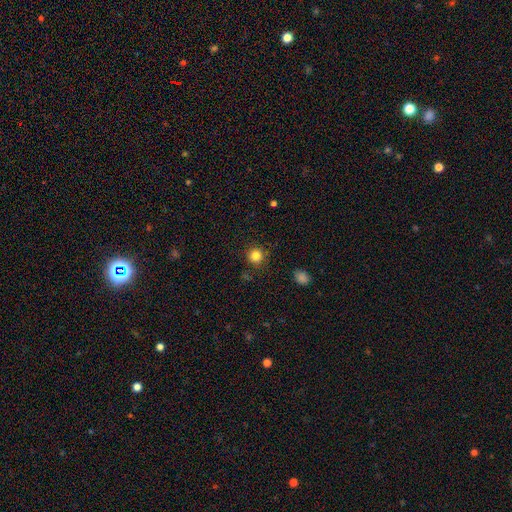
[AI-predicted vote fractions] A smooth galaxy with no disk features (83%) that is round (93%).

Vote fractions:
- Smooth or featured? smooth: 83% / star or artifact: 12% / featured or disk: 5%
- How rounded? round: 93% / in between: 6% / cigar-shaped: 1%
- Merging? none: 88% / minor disturbance: 8% / major disturbance: 2% / merger: 2%